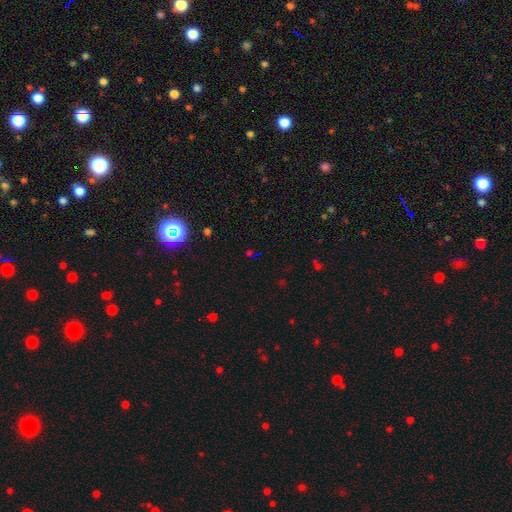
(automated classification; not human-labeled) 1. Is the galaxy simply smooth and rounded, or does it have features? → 70% star or artifact, 22% smooth, 8% featured or disk.